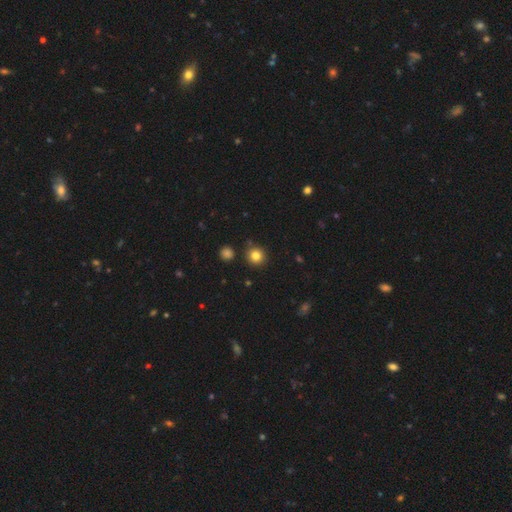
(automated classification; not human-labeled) Q: Smooth or featured?
A: smooth (82%); runner-up: star or artifact (12%)
Q: How rounded?
A: round (93%); runner-up: in between (6%)
Q: Merging?
A: none (88%); runner-up: minor disturbance (6%)